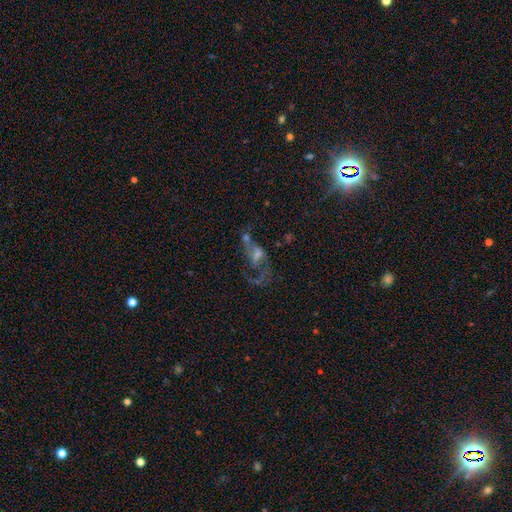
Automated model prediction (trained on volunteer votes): Smooth or featured? featured or disk (58%)
Edge-on disk? no (93%)
Bar? no (56%)
Spiral arms? yes (66%)
Bulge size? moderate (40%)
Merging? none (34%)